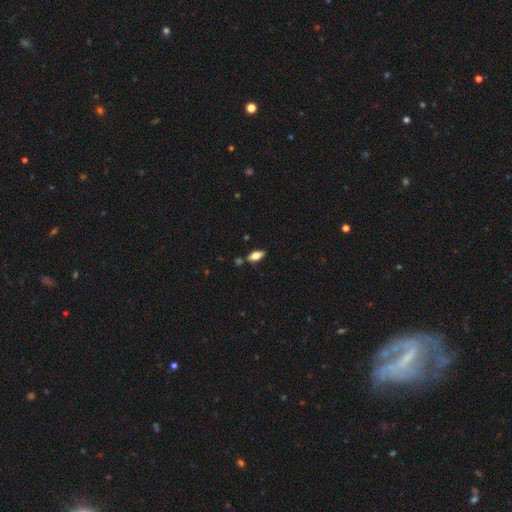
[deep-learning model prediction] Smooth or featured? smooth (68%)
How rounded? in between (83%)
Merging? none (79%)